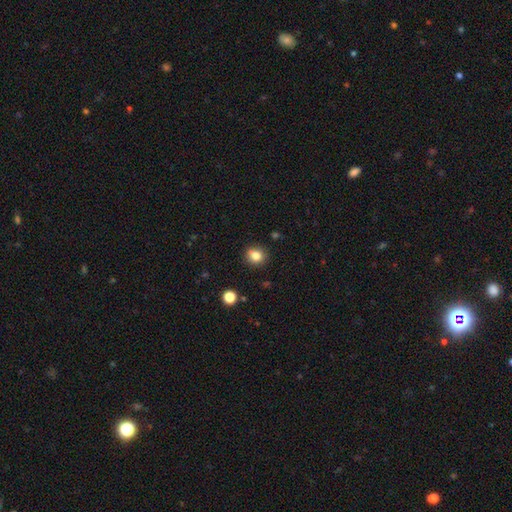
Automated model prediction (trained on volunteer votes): Overall: smooth (82%). How rounded: round (79%). Merging: none (88%).